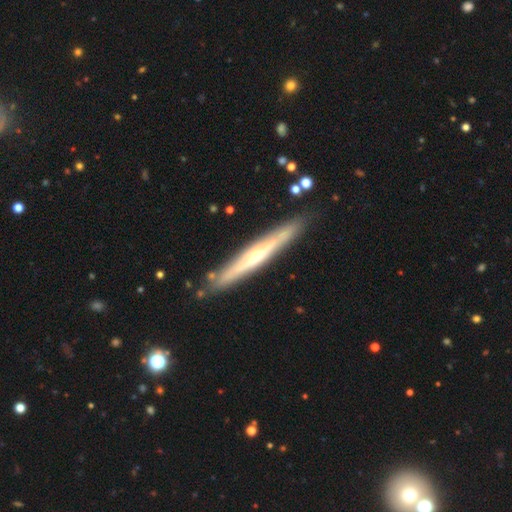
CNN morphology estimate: The model was most divided on "smooth or featured": featured or disk: 72%, smooth: 23%, star or artifact: 5%. More confident: edge-on disk — yes (91%); merging — none (86%); edge-on bulge — rounded (77%).